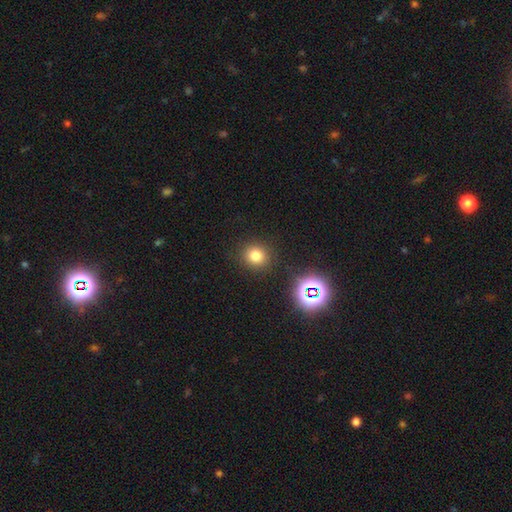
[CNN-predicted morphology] The model was most divided on "smooth or featured": smooth: 76%, star or artifact: 18%, featured or disk: 6%. More confident: merging — none (88%); how rounded — round (85%).